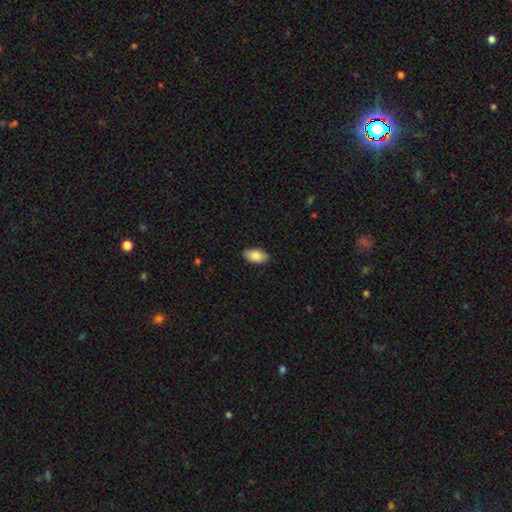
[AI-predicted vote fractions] A smooth galaxy with no disk features (87%) that is in between round and cigar-shaped (94%).

Vote fractions:
- Smooth or featured? smooth: 87% / star or artifact: 6% / featured or disk: 6%
- How rounded? in between: 94% / cigar-shaped: 3% / round: 3%
- Merging? none: 88% / minor disturbance: 9% / major disturbance: 2% / merger: 1%